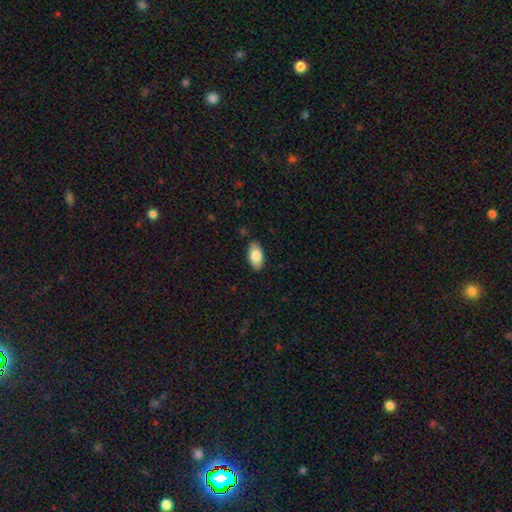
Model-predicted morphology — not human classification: Smooth or featured?
  - smooth: 82% *
  - featured or disk: 11%
  - star or artifact: 6%
How rounded?
  - in between: 93% *
  - cigar-shaped: 3%
  - round: 3%
Merging?
  - none: 87% *
  - minor disturbance: 10%
  - major disturbance: 2%
  - merger: 1%